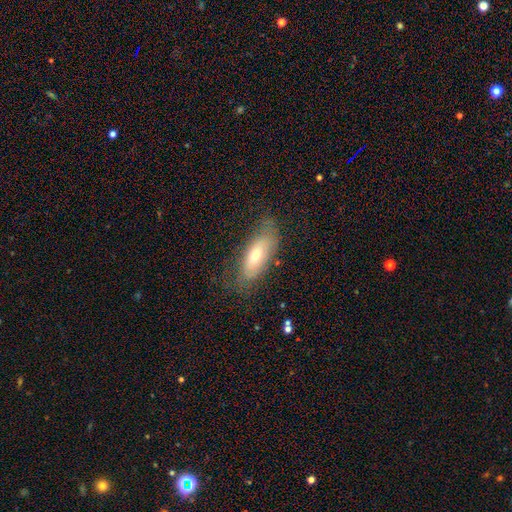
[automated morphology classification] Q: Smooth or featured?
A: smooth (59%); runner-up: featured or disk (33%)
Q: How rounded?
A: in between (76%); runner-up: cigar-shaped (21%)
Q: Merging?
A: none (65%); runner-up: minor disturbance (24%)